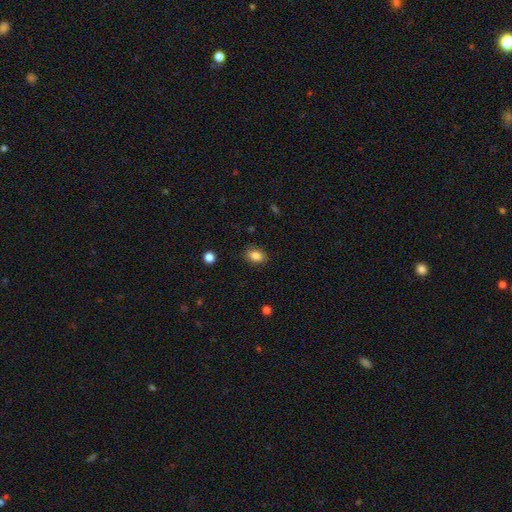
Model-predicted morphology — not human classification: A smooth galaxy with no disk features (85%) that is in between round and cigar-shaped (77%). Merging: none (86%).